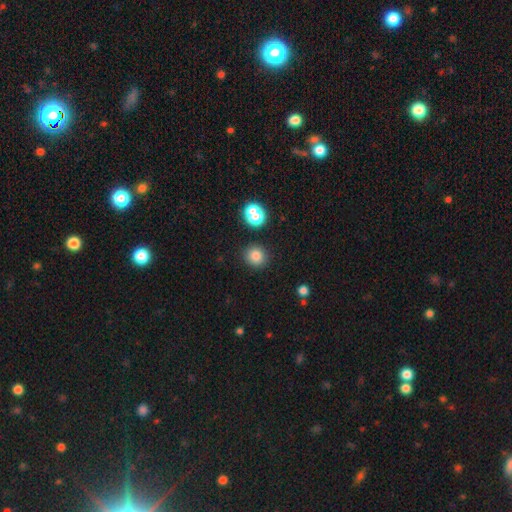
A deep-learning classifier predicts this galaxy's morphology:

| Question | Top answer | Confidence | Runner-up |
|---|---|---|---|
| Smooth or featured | smooth | 81% | star or artifact (13%) |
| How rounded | round | 84% | in between (15%) |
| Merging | none | 87% | minor disturbance (7%) |